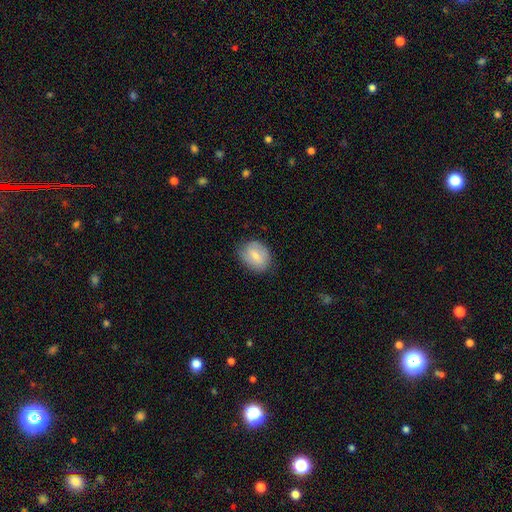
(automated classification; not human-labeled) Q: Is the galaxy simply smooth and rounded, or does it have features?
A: smooth — 70%.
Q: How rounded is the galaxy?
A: in between — 56%.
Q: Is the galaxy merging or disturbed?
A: none — 74%.